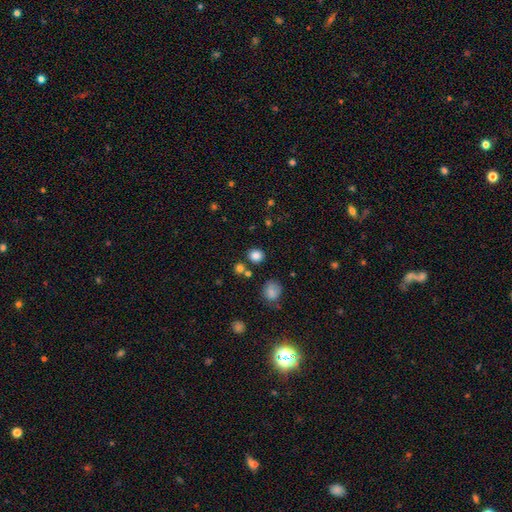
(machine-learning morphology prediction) This appears to be a smooth galaxy with no disk features (82%) that is round (83%). Merging: none (81%).